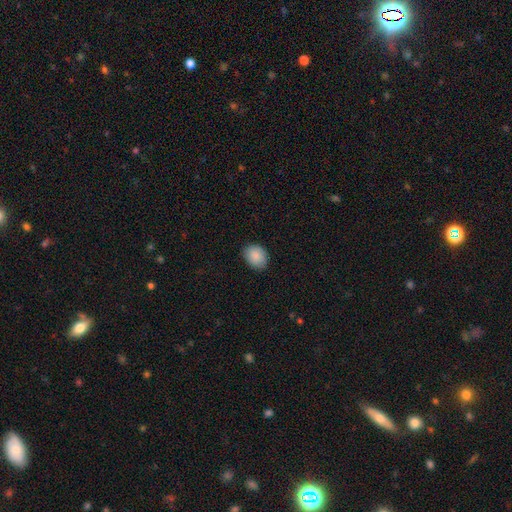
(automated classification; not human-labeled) Q: Smooth or featured?
A: smooth (89%); runner-up: star or artifact (7%)
Q: How rounded?
A: in between (54%); runner-up: round (45%)
Q: Merging?
A: none (86%); runner-up: minor disturbance (11%)